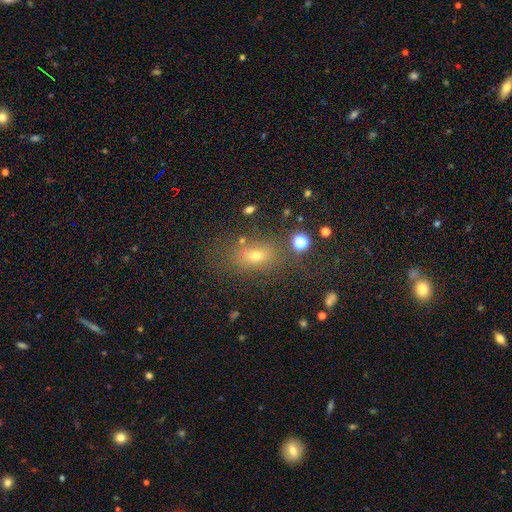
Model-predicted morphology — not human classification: Smooth or featured?
  - smooth: 63% *
  - star or artifact: 20%
  - featured or disk: 17%
How rounded?
  - in between: 69% *
  - round: 26%
  - cigar-shaped: 5%
Merging?
  - none: 67% *
  - minor disturbance: 15%
  - merger: 9%
  - major disturbance: 9%